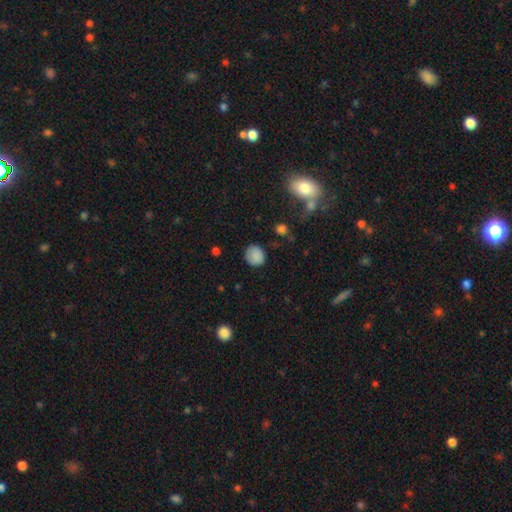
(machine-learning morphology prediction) smooth_or_featured: smooth (p=0.84) [alt: star or artifact p=0.09]
how_rounded: round (p=0.80) [alt: in between p=0.19]
merging: none (p=0.77) [alt: minor disturbance p=0.18]